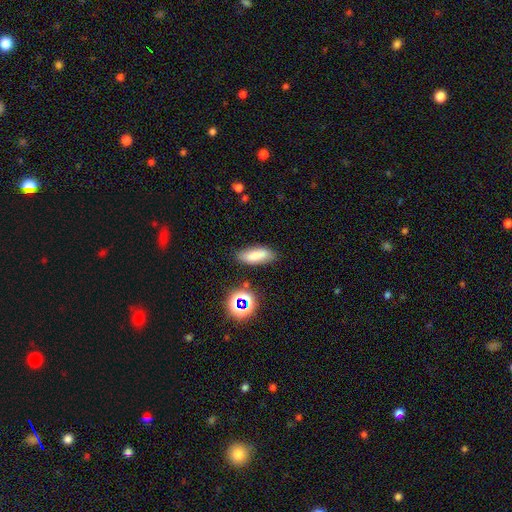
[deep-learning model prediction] Q: Smooth or featured?
A: smooth (76%); runner-up: star or artifact (13%)
Q: How rounded?
A: in between (67%); runner-up: cigar-shaped (29%)
Q: Merging?
A: none (76%); runner-up: minor disturbance (16%)